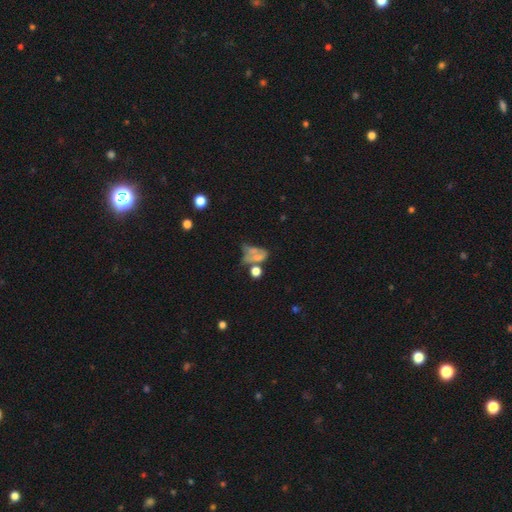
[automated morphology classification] Smooth or featured? Predicted: smooth (p=0.49). Merging? Predicted: merger (p=0.38).